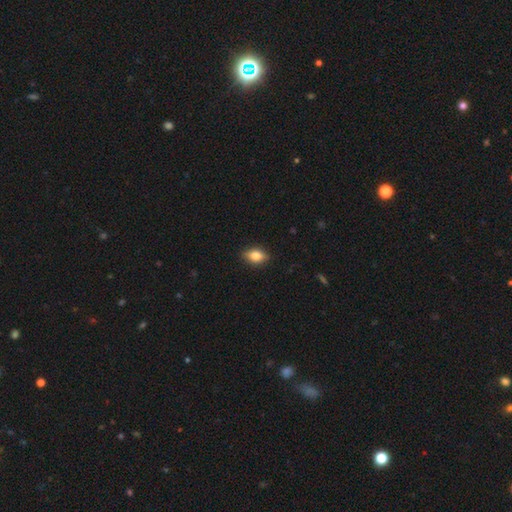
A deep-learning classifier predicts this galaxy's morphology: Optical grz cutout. It shows a smooth galaxy with no disk features (76%) that is in between round and cigar-shaped (80%). Merging: none (86%).